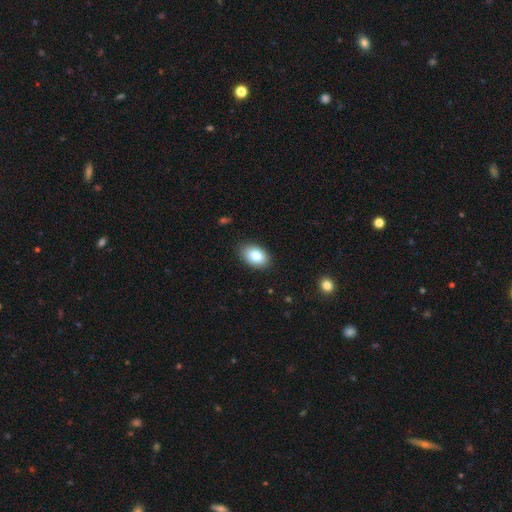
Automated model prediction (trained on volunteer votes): Overall: smooth (82%). How rounded: in between (87%). Merging: none (87%).